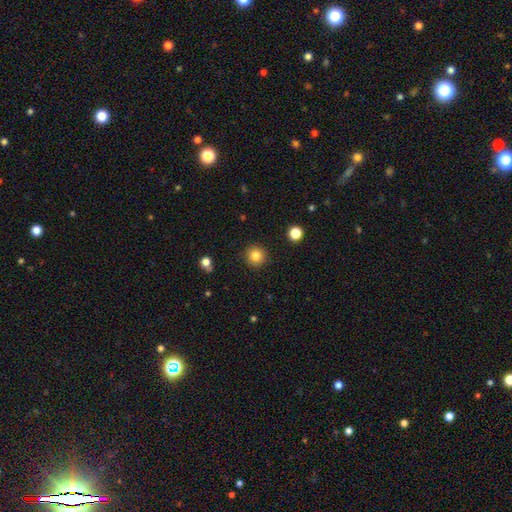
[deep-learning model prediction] This appears to be a smooth galaxy with no disk features (83%) that is round (95%). Merging: none (91%).